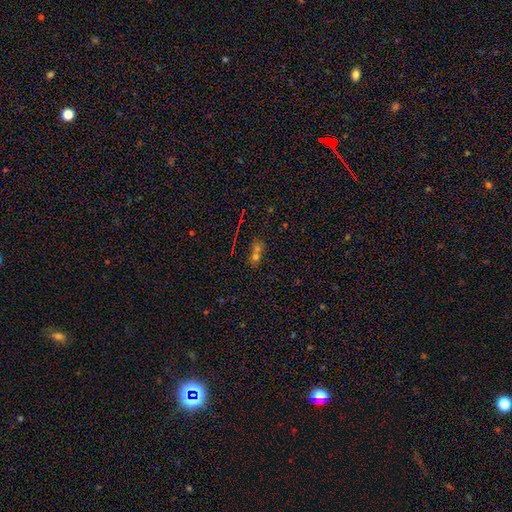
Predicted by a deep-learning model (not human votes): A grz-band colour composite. It shows a smooth galaxy with no disk features (48%). Merging: merger (44%).